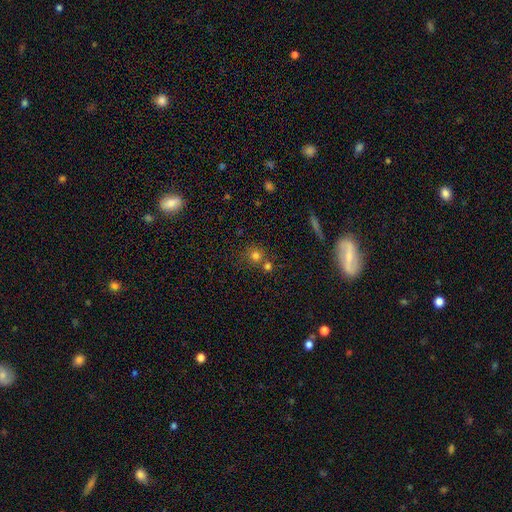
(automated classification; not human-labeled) Morphology: type=smooth (72%); roundness=round (88%); merging=none (57%).